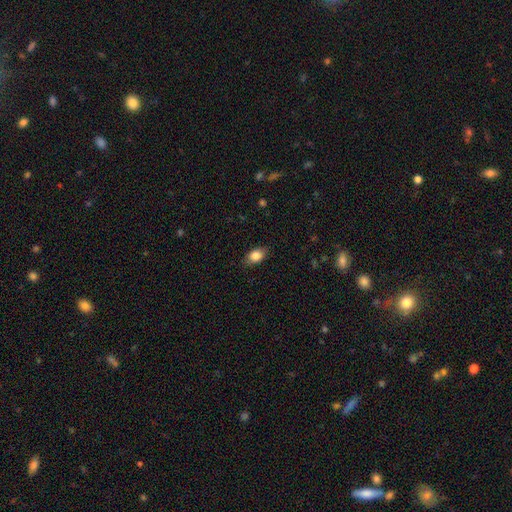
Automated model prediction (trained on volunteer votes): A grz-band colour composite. It shows a smooth galaxy with no disk features (83%) that is in between round and cigar-shaped (82%). Merging: none (83%).